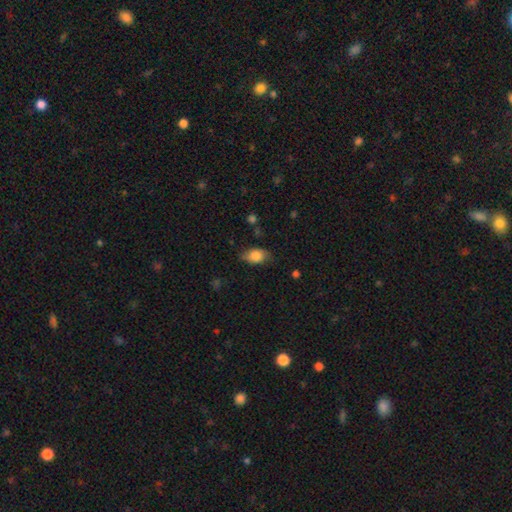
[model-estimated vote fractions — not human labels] Smooth or featured? Predicted: smooth (p=0.80). How rounded? Predicted: in between (p=0.85). Merging? Predicted: none (p=0.71).